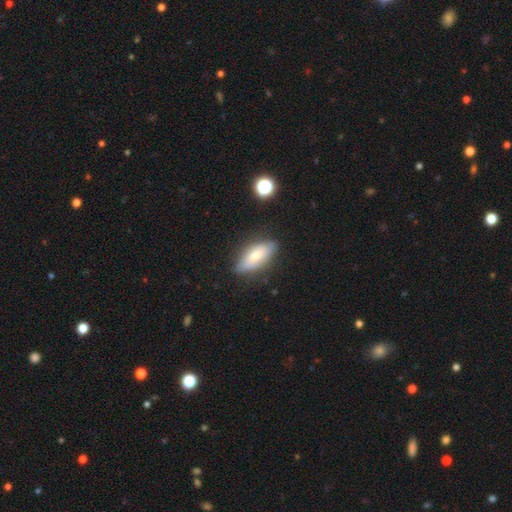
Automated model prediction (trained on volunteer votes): This is likely a smooth galaxy (67%). How rounded: likely in between (79%). Merging: likely none (74%).